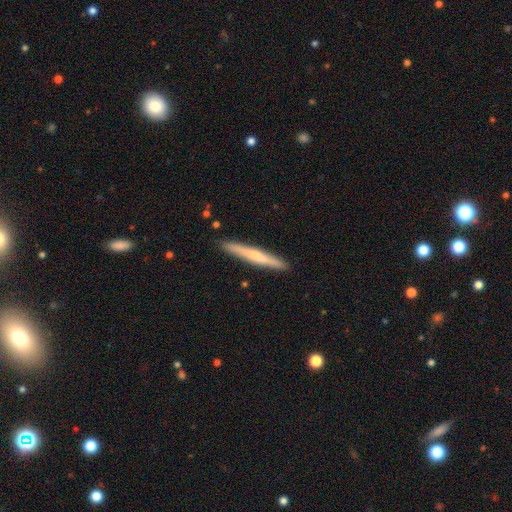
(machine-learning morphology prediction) Smooth or featured: smooth — 51% (featured or disk — 44%)
How rounded: cigar-shaped — 96% (in between — 2%)
Merging: none — 91% (minor disturbance — 6%)